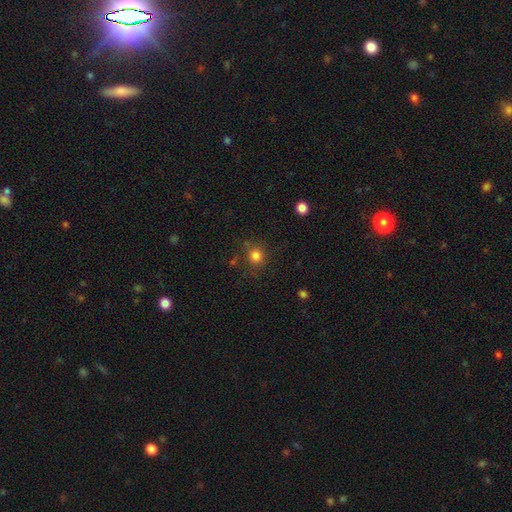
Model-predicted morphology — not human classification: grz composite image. It shows a smooth galaxy with no disk features (81%) that is round (87%). Merging: none (78%).